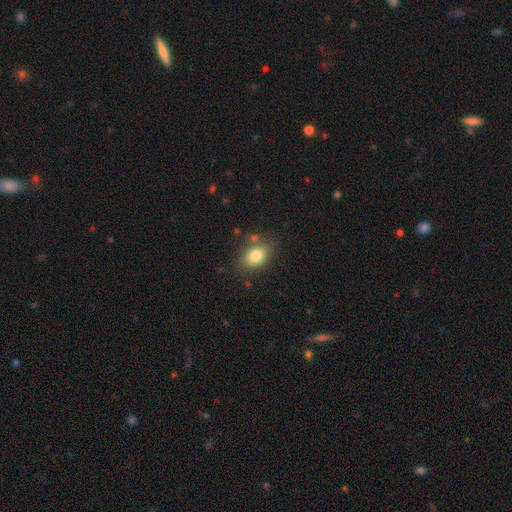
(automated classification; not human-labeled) This is clearly a smooth galaxy (80%). How rounded: likely in between (77%). Merging: likely none (75%).